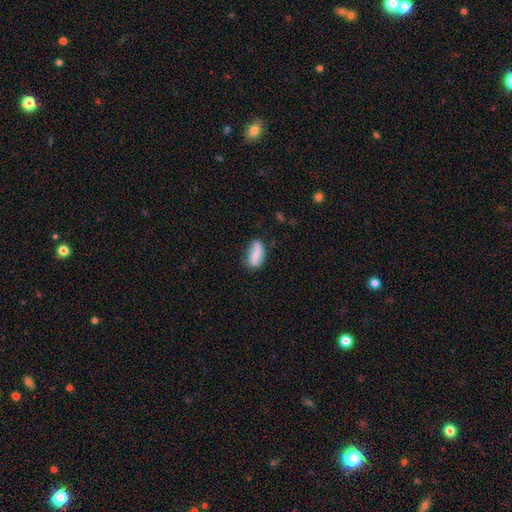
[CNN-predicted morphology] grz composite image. It shows a smooth galaxy with no disk features (67%) that is in between round and cigar-shaped (81%). Merging: none (60%).